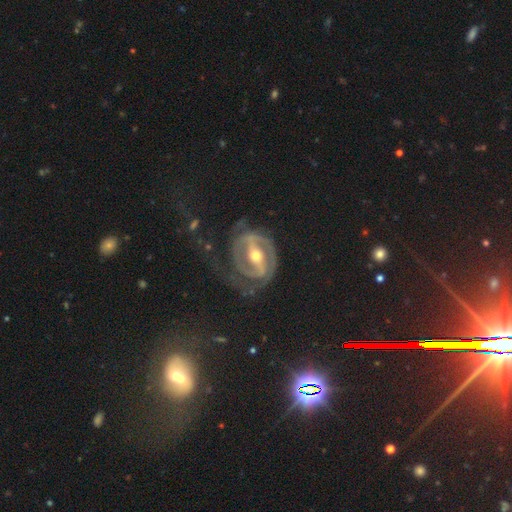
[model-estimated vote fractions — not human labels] Q: Smooth or featured?
A: featured or disk (86%); runner-up: star or artifact (8%)
Q: Edge-on disk?
A: no (94%); runner-up: yes (6%)
Q: Bar?
A: strong (67%); runner-up: weak (24%)
Q: Spiral arms?
A: yes (91%); runner-up: no (9%)
Q: Spiral winding?
A: tight (47%); runner-up: medium (39%)
Q: Spiral arm count?
A: 2 (71%); runner-up: can't tell (11%)
Q: Bulge size?
A: moderate (61%); runner-up: small (34%)
Q: Merging?
A: none (58%); runner-up: major disturbance (23%)